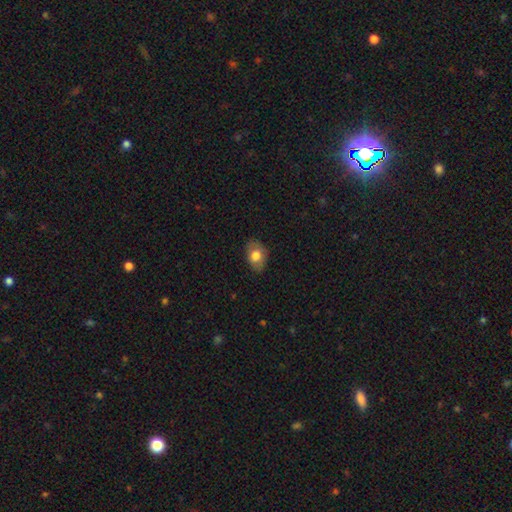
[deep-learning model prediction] Smooth or featured?
  - smooth: 76% *
  - featured or disk: 16%
  - star or artifact: 8%
How rounded?
  - in between: 77% *
  - round: 22%
  - cigar-shaped: 1%
Merging?
  - none: 80% *
  - minor disturbance: 16%
  - major disturbance: 3%
  - merger: 1%